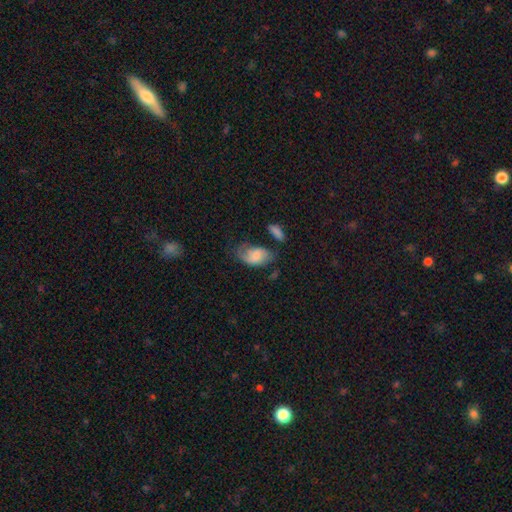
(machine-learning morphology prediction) Smooth or featured?
  - smooth: 60% *
  - featured or disk: 32%
  - star or artifact: 8%
How rounded?
  - in between: 91% *
  - round: 7%
  - cigar-shaped: 2%
Merging?
  - none: 39% *
  - minor disturbance: 30%
  - major disturbance: 22%
  - merger: 8%